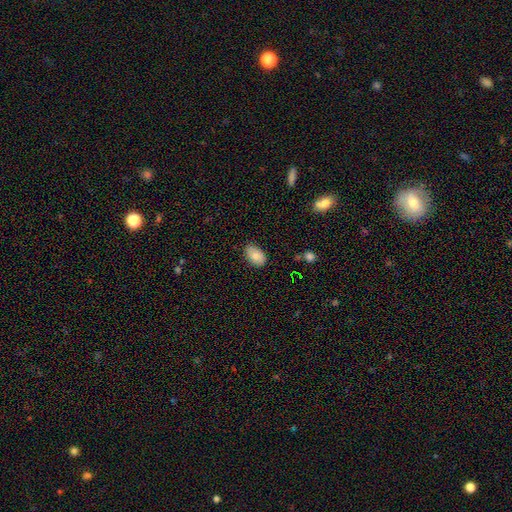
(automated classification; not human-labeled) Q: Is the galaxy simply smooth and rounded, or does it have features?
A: smooth — 84%.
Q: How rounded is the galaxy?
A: in between — 91%.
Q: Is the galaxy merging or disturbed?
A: none — 82%.